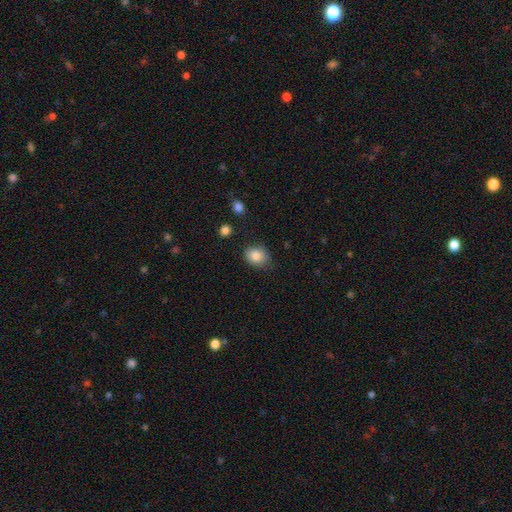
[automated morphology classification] A smooth galaxy with no disk features (83%) that is round (50%). Merging: none (75%).